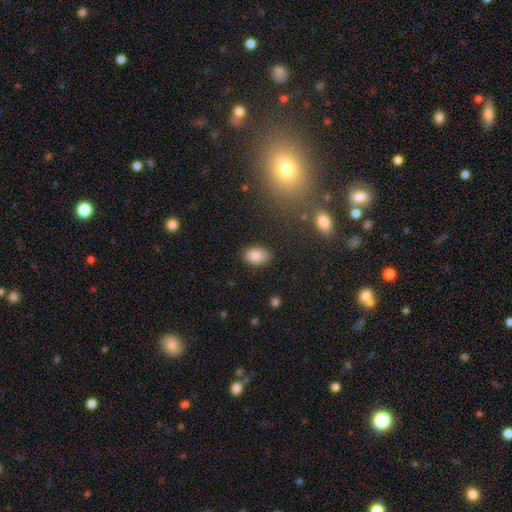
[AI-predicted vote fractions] This is clearly a smooth galaxy (85%). How rounded: clearly in between (81%). Merging: clearly none (84%).